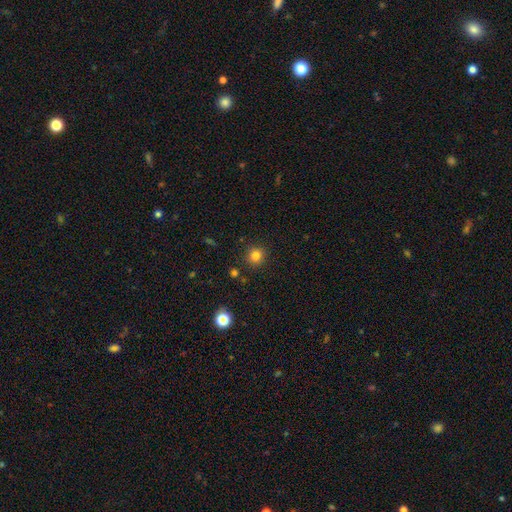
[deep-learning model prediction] Smooth or featured? Predicted: smooth (p=0.81). How rounded? Predicted: round (p=0.92). Merging? Predicted: none (p=0.89).